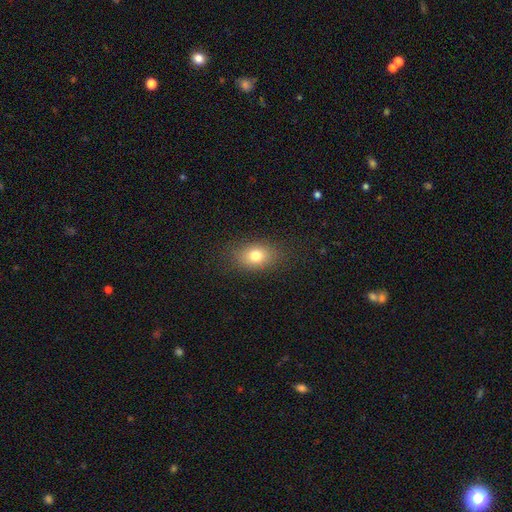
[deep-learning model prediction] A smooth galaxy with no disk features (77%) that is in between round and cigar-shaped (74%). Merging: none (84%).